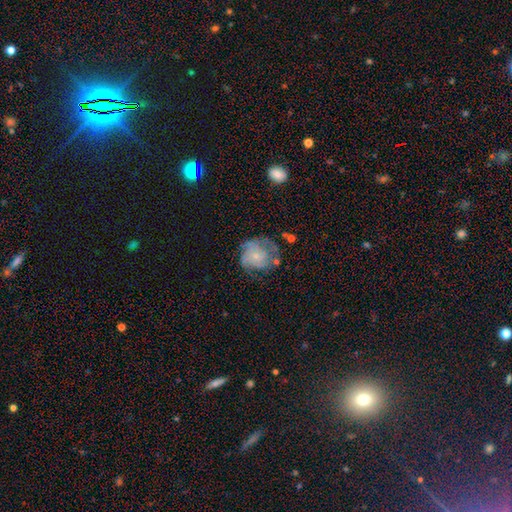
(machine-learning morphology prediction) smooth-or-featured: featured or disk: 62% | smooth: 29% | star or artifact: 9%
  disk-edge-on: no: 98% | yes: 2%
    bar: no: 80% | weak: 18% | strong: 2%
    has-spiral-arms: yes: 78% | no: 22%
    bulge-size: small: 72% | moderate: 17% | none: 8% | large: 2% | dominant: 1%
  merging: none: 49% | minor disturbance: 26% | major disturbance: 21% | merger: 4%